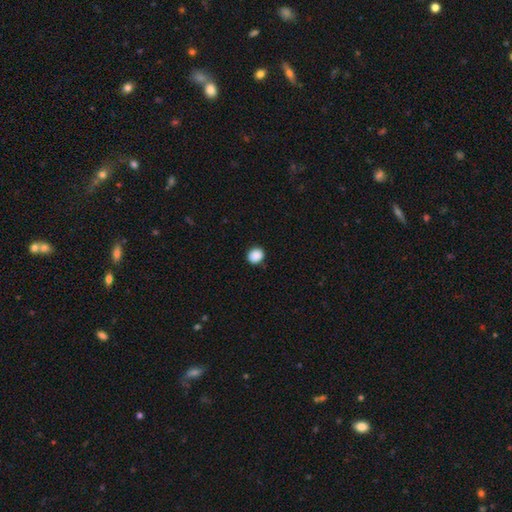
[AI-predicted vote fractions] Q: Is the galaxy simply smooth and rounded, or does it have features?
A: smooth — 89%.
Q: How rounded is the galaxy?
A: round — 74%.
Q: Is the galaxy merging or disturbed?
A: none — 88%.